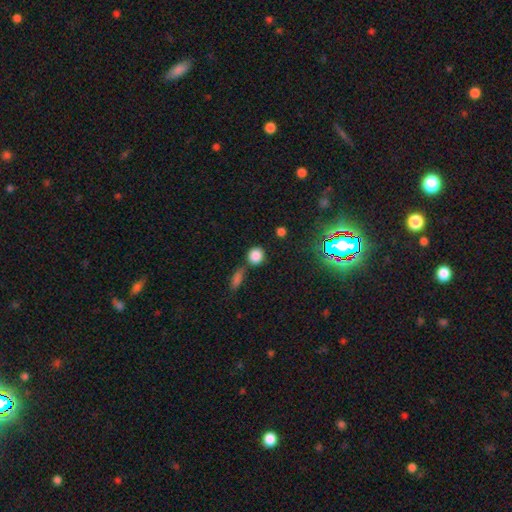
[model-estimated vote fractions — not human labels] Smooth or featured?
  - smooth: 83% *
  - star or artifact: 12%
  - featured or disk: 5%
How rounded?
  - round: 83% *
  - in between: 15%
  - cigar-shaped: 2%
Merging?
  - none: 69% *
  - merger: 15%
  - minor disturbance: 11%
  - major disturbance: 4%